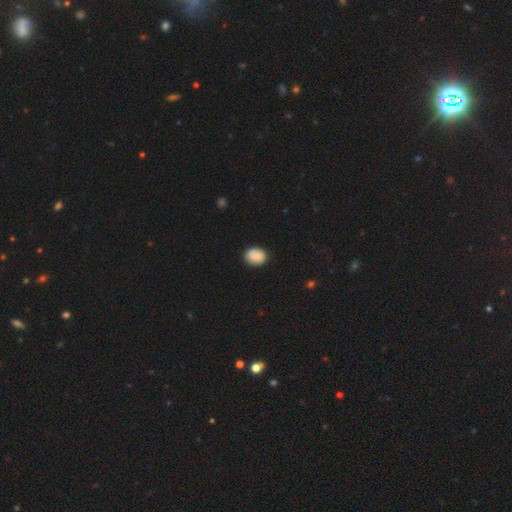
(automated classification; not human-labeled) smooth 86%, star or artifact 8%, featured or disk 7%. Down the decision tree: how rounded — in between (54%); merging — none (84%).